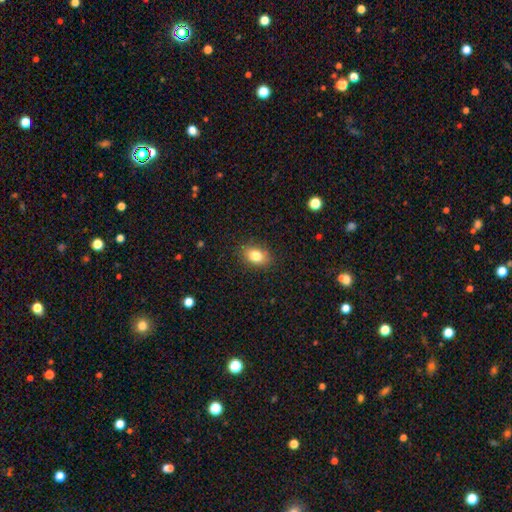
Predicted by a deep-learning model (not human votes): Overall: smooth (81%). How rounded: in between (80%). Merging: none (86%).